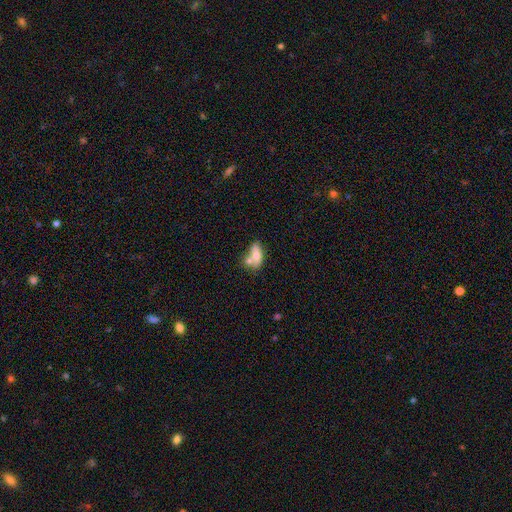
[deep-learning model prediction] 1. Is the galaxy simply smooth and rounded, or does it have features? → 64% smooth, 28% featured or disk, 8% star or artifact.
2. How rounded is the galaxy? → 77% in between, 16% cigar-shaped, 7% round.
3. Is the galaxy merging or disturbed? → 43% merger, 36% none, 14% minor disturbance, 7% major disturbance.